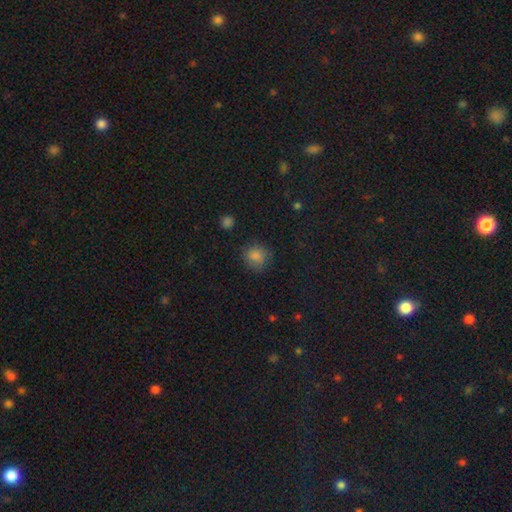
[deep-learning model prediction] smooth_or_featured: smooth (p=0.81) [alt: star or artifact p=0.13]
how_rounded: round (p=0.85) [alt: in between p=0.14]
merging: none (p=0.78) [alt: minor disturbance p=0.15]